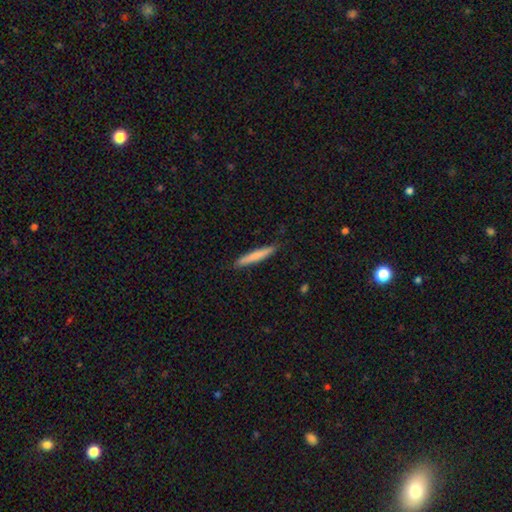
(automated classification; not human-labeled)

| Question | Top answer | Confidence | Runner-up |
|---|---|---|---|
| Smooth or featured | smooth | 76% | featured or disk (19%) |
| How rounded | cigar-shaped | 96% | in between (3%) |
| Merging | none | 89% | minor disturbance (8%) |